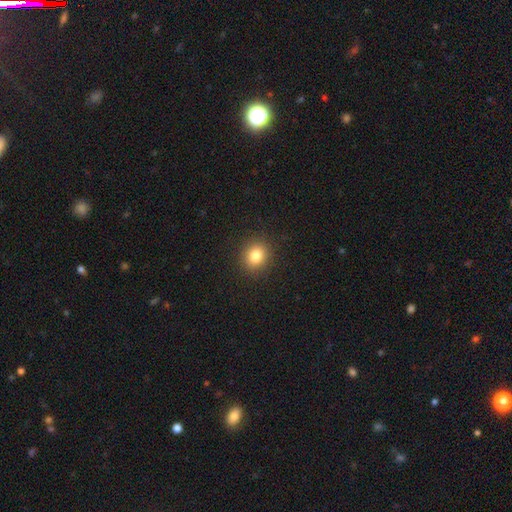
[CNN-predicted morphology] The model was most divided on "how rounded": round: 72%, in between: 27%, cigar-shaped: 1%. More confident: merging — none (90%); smooth or featured — smooth (82%).